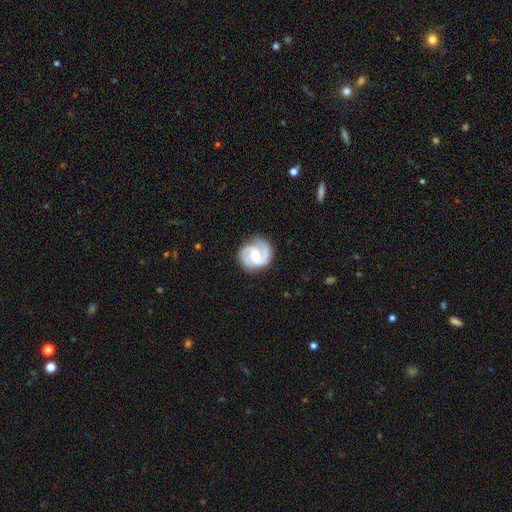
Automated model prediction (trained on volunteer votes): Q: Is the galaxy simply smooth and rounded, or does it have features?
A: featured or disk — 87%.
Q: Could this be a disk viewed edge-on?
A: no — 98%.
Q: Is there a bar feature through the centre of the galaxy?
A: weak — 45%.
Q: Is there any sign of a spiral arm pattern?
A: yes — 98%.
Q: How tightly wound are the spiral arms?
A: medium — 47%.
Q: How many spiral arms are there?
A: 2 — 80%.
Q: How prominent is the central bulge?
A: small — 39%.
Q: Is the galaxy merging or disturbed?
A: none — 80%.